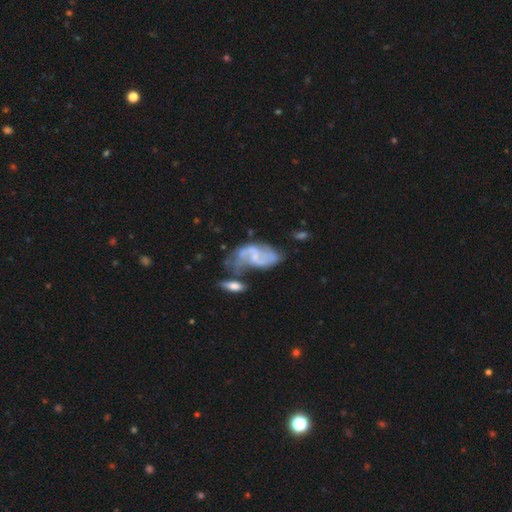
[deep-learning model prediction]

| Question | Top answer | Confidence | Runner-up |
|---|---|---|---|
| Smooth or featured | featured or disk | 76% | smooth (17%) |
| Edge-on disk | no | 96% | yes (4%) |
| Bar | no | 47% | weak (42%) |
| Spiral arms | yes | 83% | no (17%) |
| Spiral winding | loose | 48% | medium (37%) |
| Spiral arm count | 2 | 72% | can't tell (15%) |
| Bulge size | small | 46% | none (38%) |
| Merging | none | 34% | merger (24%) |